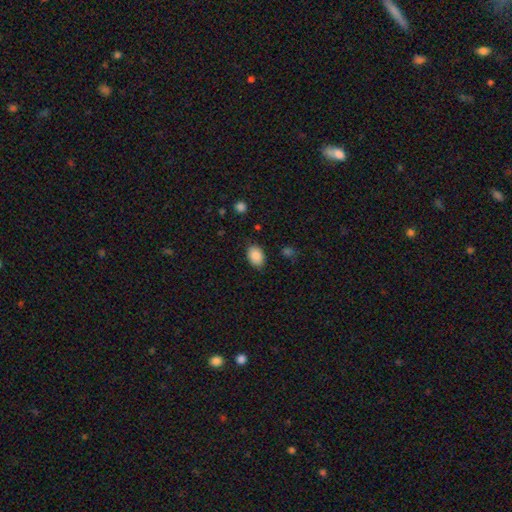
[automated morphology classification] smooth 89%, star or artifact 7%, featured or disk 4%. Down the decision tree: how rounded — in between (84%); merging — none (83%).